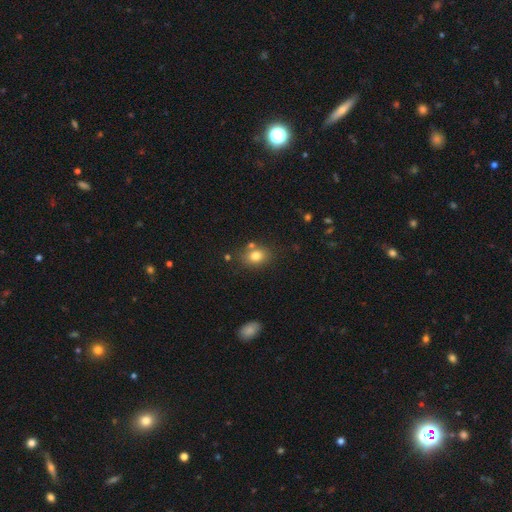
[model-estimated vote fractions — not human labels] smooth-or-featured: smooth: 79% | star or artifact: 11% | featured or disk: 10%
  how-rounded: in between: 58% | round: 41% | cigar-shaped: 1%
  merging: none: 71% | minor disturbance: 13% | merger: 11% | major disturbance: 4%